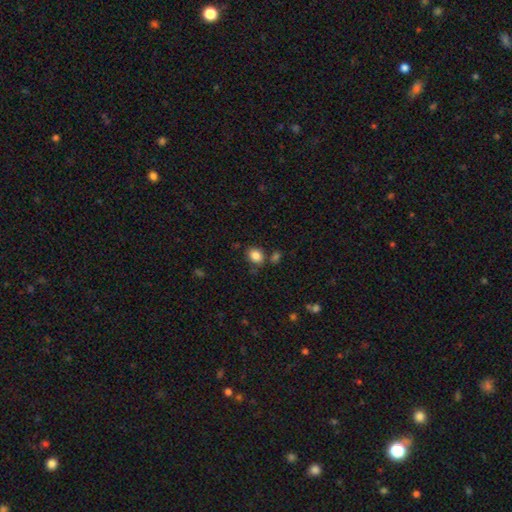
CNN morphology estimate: This appears to be a smooth galaxy with no disk features (86%) that is in between round and cigar-shaped (64%). Merging: none (72%).